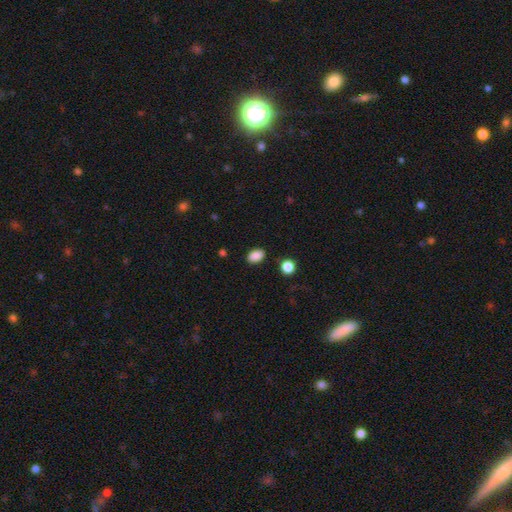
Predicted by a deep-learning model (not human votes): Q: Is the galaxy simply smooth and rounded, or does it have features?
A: smooth — 87%.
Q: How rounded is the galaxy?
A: in between — 83%.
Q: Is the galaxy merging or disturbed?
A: none — 86%.